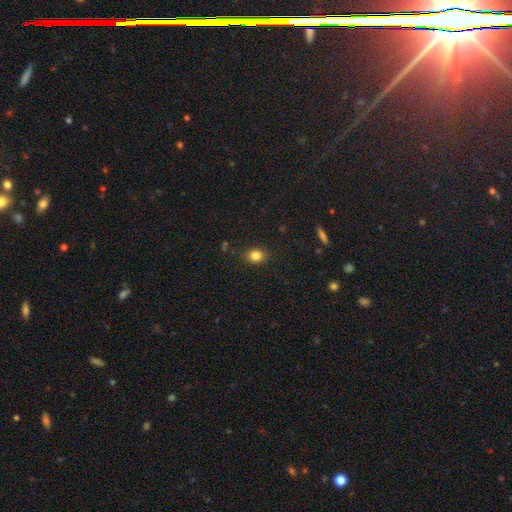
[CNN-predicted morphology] The model was most divided on "how rounded": in between: 52%, round: 47%, cigar-shaped: 1%. More confident: merging — none (87%); smooth or featured — smooth (83%).